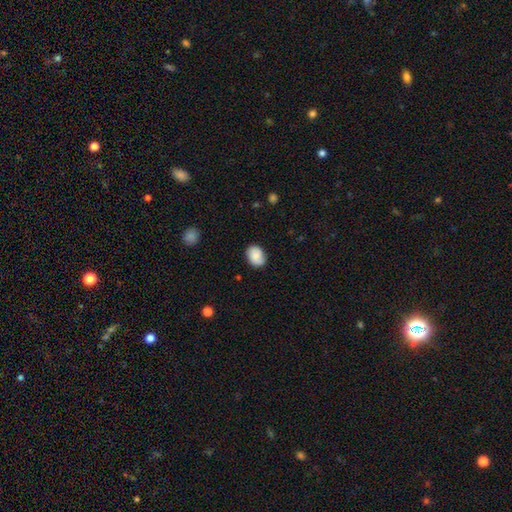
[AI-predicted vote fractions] Q: Smooth or featured?
A: smooth (81%); runner-up: featured or disk (12%)
Q: How rounded?
A: in between (69%); runner-up: round (30%)
Q: Merging?
A: none (82%); runner-up: minor disturbance (14%)